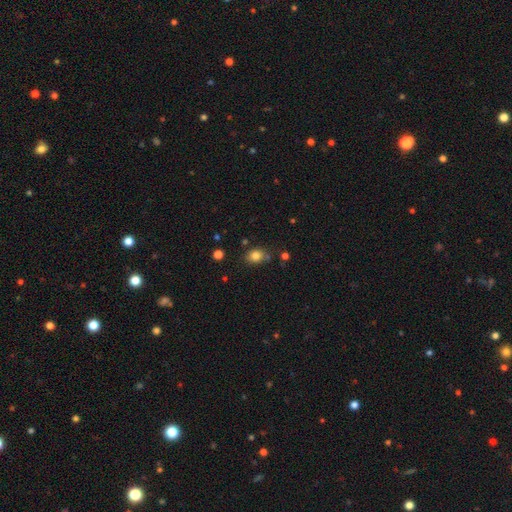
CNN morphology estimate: Smooth or featured?
  - smooth: 81% *
  - star or artifact: 12%
  - featured or disk: 7%
How rounded?
  - in between: 56% *
  - round: 43%
  - cigar-shaped: 1%
Merging?
  - none: 73% *
  - minor disturbance: 18%
  - merger: 5%
  - major disturbance: 4%